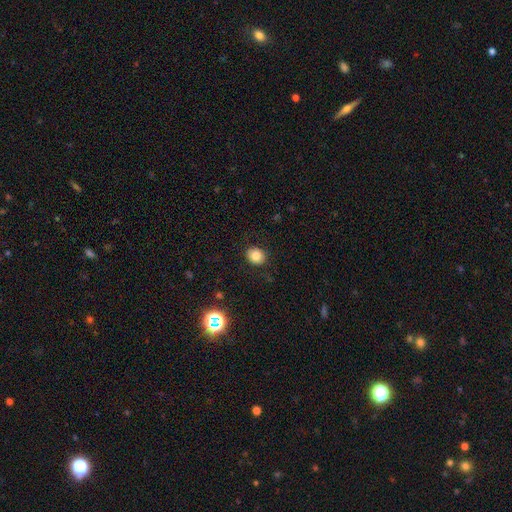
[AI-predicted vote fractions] Morphology: type=smooth (82%); roundness=round (65%); merging=none (87%).